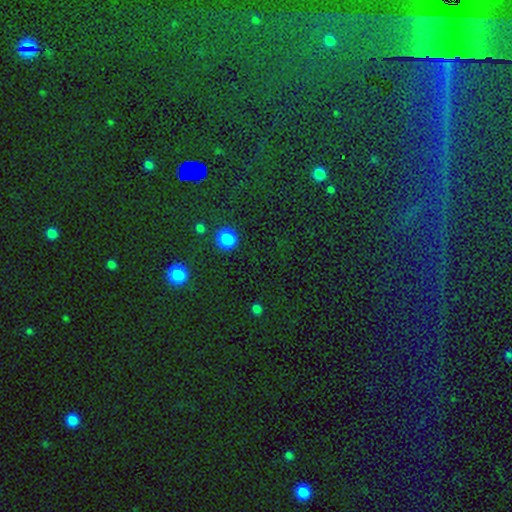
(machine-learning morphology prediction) star or artifact 71%, smooth 22%, featured or disk 7%.